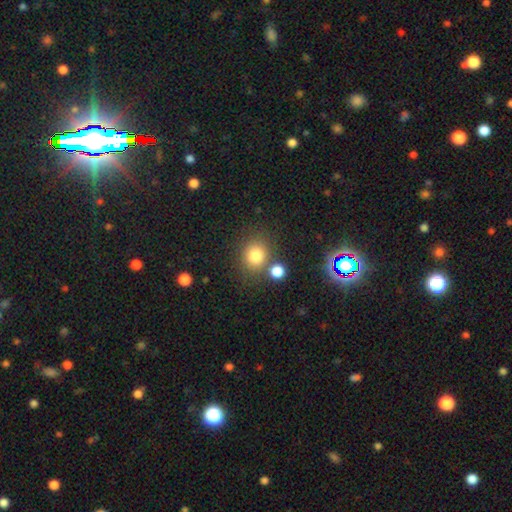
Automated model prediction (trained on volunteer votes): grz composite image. It shows a smooth galaxy with no disk features (79%) that is round (76%). Merging: none (73%).